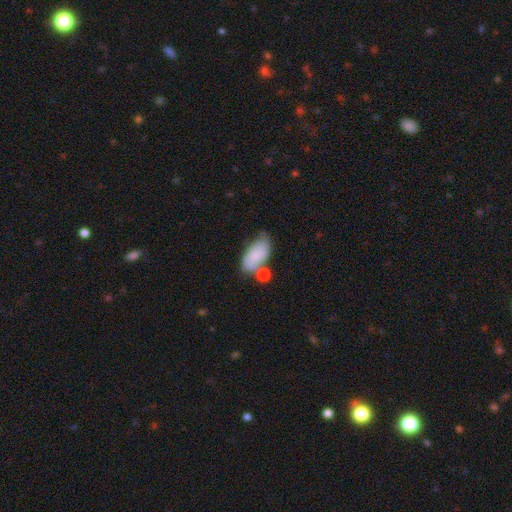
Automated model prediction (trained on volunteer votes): smooth 74%, featured or disk 18%, star or artifact 7%. Down the decision tree: how rounded — in between (92%); merging — none (44%).